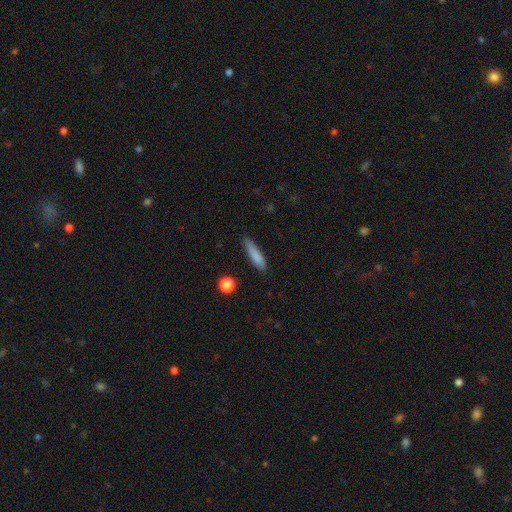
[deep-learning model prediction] Smooth or featured: smooth — 81% (featured or disk — 11%)
How rounded: cigar-shaped — 83% (in between — 15%)
Merging: none — 80% (minor disturbance — 15%)